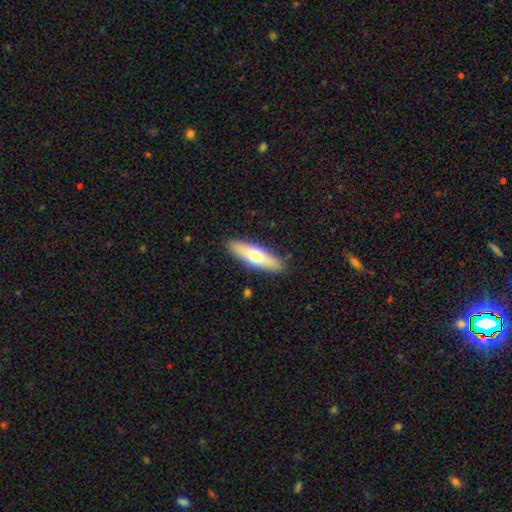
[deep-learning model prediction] Morphology: type=smooth (60%); roundness=cigar-shaped (51%); merging=none (88%).